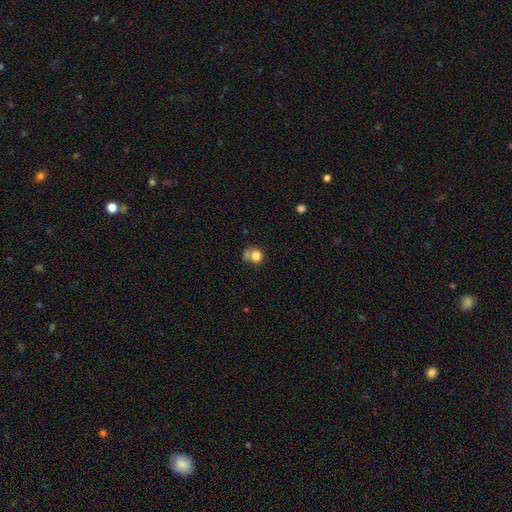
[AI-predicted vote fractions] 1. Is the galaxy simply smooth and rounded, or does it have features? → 79% smooth, 11% featured or disk, 10% star or artifact.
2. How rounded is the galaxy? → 80% round, 19% in between, 1% cigar-shaped.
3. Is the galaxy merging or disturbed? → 47% none, 23% merger, 19% minor disturbance, 12% major disturbance.